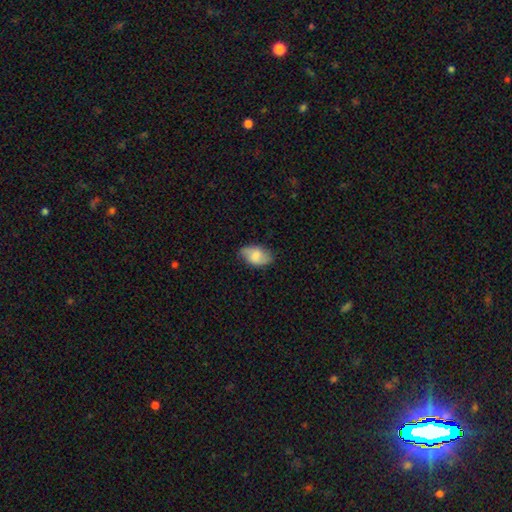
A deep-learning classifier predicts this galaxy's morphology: A smooth galaxy with no disk features (66%) that is in between round and cigar-shaped (91%). Merging: none (76%).